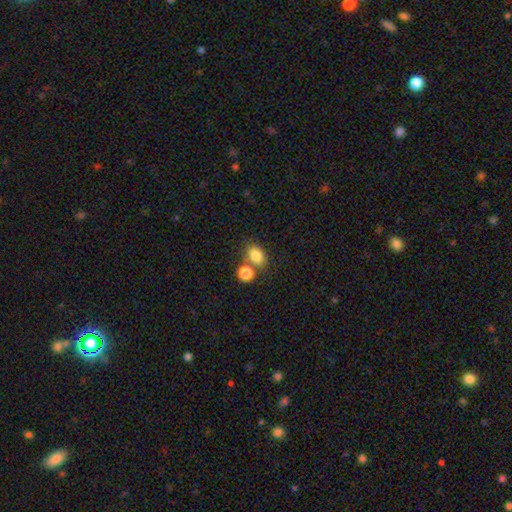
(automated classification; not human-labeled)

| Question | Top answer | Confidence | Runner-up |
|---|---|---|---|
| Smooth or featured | smooth | 82% | star or artifact (11%) |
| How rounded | in between | 62% | round (37%) |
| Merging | none | 55% | merger (29%) |